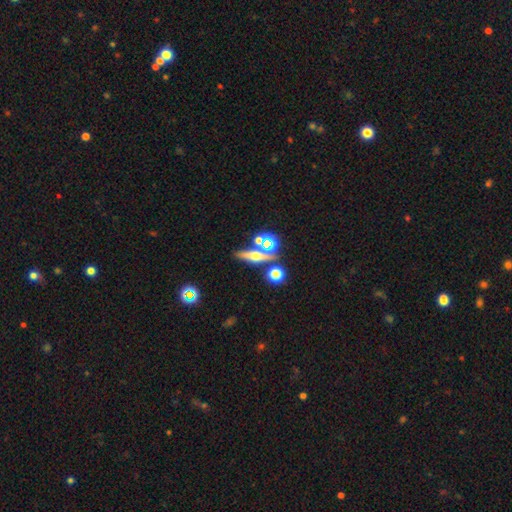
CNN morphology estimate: A featured or disk galaxy (48%). Merging: none (70%).